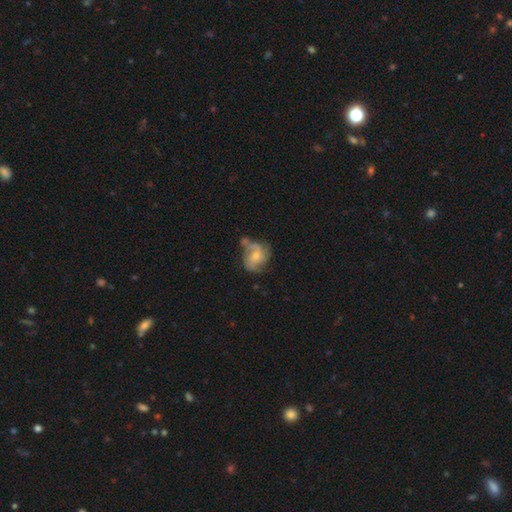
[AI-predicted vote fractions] A featured or disk galaxy (65%) with no bar (70%), 2 (32%) medium (44%) spiral arms (83%) and a small central bulge (55%).

Vote fractions:
- Smooth or featured? featured or disk: 65% / smooth: 28% / star or artifact: 7%
- Edge-on disk? no: 98% / yes: 2%
- Bar? no: 70% / weak: 26% / strong: 4%
- Spiral arms? yes: 83% / no: 17%
- Spiral winding? medium: 44% / tight: 32% / loose: 24%
- Spiral arm count? 2: 32% / 3: 29% / can't tell: 24% / 1: 6% / 4: 6% / more than 4: 3%
- Bulge size? small: 55% / moderate: 37% / none: 5% / large: 3% / dominant: 1%
- Merging? none: 38% / minor disturbance: 28% / major disturbance: 21% / merger: 13%